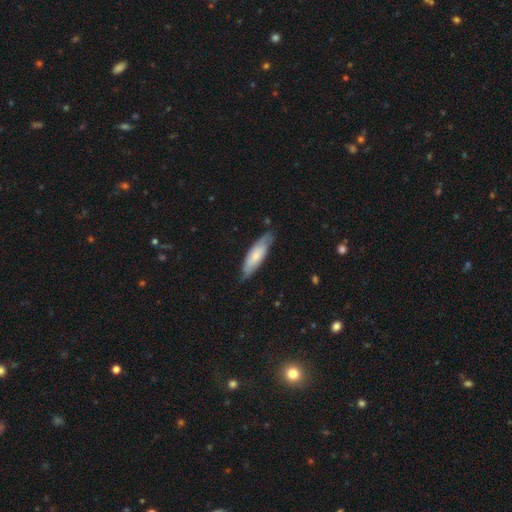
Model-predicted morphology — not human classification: Smooth or featured? Predicted: smooth (p=0.58). How rounded? Predicted: cigar-shaped (p=0.50). Merging? Predicted: none (p=0.72).